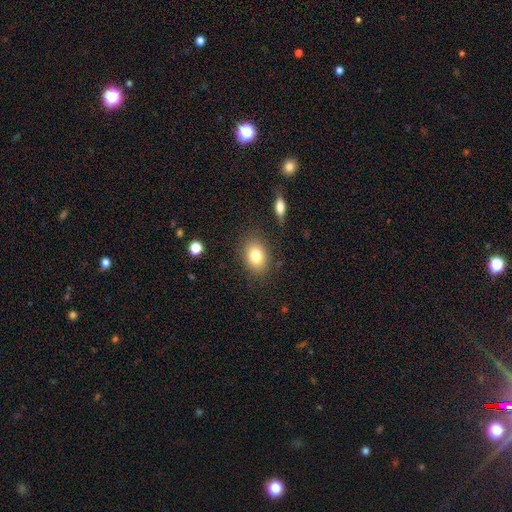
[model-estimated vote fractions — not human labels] Morphology: type=smooth (80%); roundness=in between (68%); merging=none (85%).